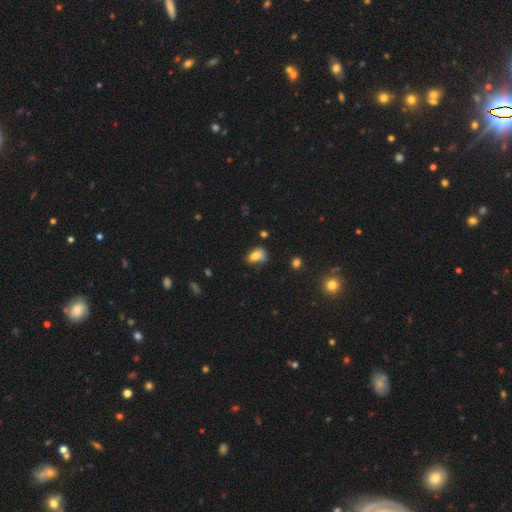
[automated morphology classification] type=smooth (78%); roundness=in between (81%); merging=none (41%).